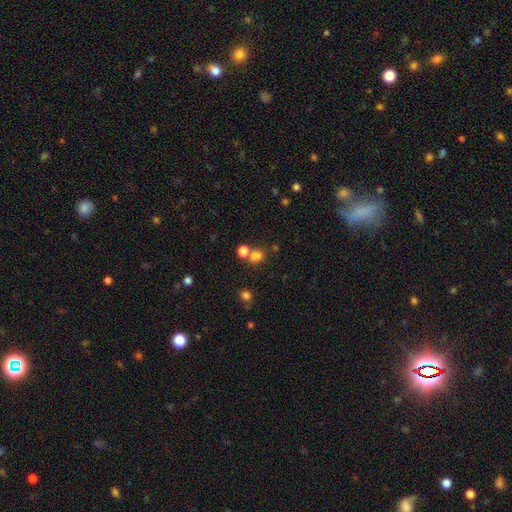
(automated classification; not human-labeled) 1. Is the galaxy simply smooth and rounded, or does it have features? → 73% smooth, 19% star or artifact, 8% featured or disk.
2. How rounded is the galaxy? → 72% round, 27% in between, 1% cigar-shaped.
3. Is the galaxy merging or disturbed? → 54% none, 33% merger, 9% minor disturbance, 5% major disturbance.